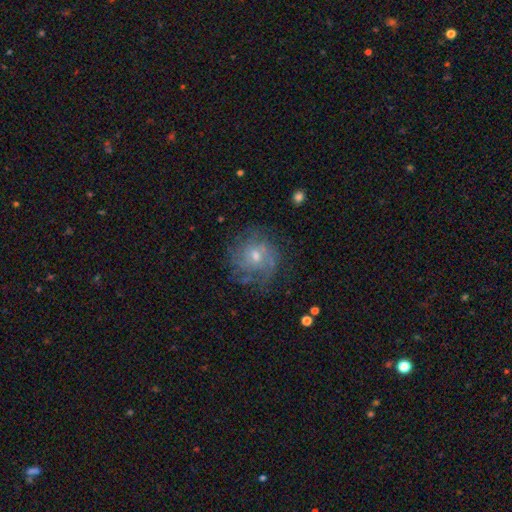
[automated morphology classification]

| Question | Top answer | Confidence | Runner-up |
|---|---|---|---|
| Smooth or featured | featured or disk | 60% | smooth (29%) |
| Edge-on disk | no | 97% | yes (3%) |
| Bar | no | 74% | weak (23%) |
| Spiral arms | yes | 77% | no (23%) |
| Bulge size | moderate | 48% | small (46%) |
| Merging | none | 69% | minor disturbance (19%) |